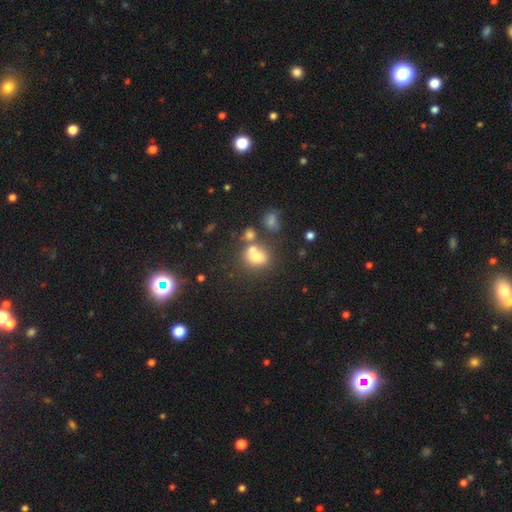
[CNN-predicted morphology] A smooth galaxy with no disk features (66%) that is round (61%). Merging: none (47%).